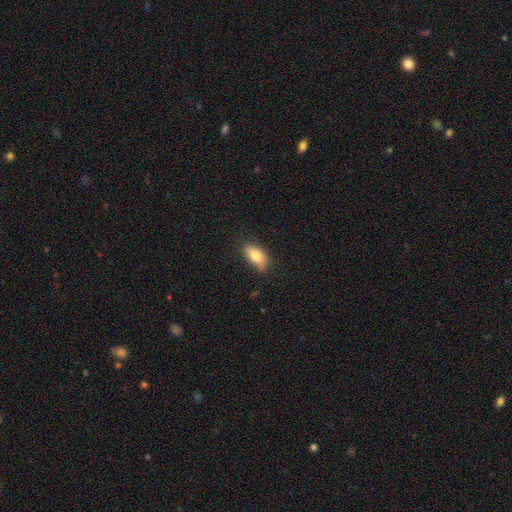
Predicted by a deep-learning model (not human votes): A smooth galaxy with no disk features (79%) that is in between round and cigar-shaped (89%). Merging: none (73%).